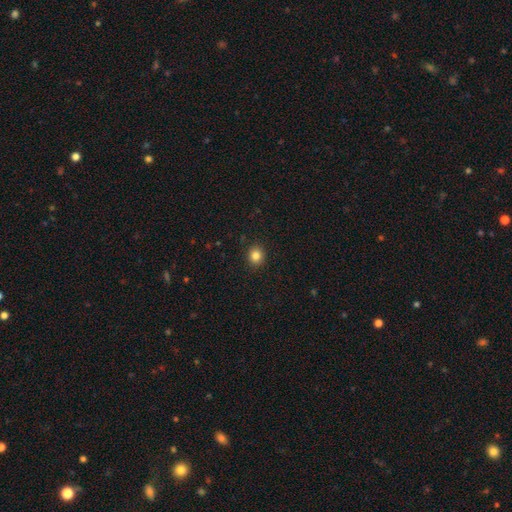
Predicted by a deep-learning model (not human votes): Overall: smooth (83%). How rounded: round (81%). Merging: none (91%).